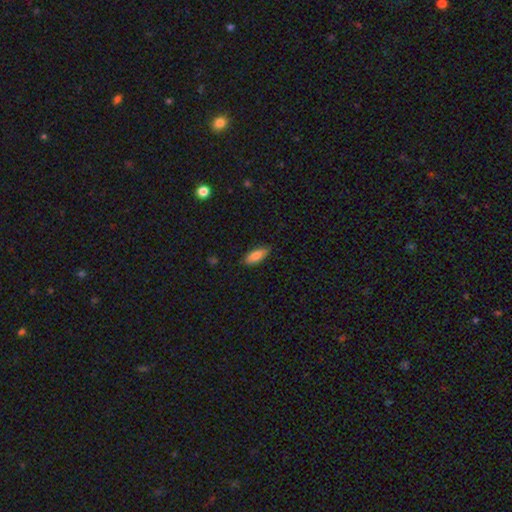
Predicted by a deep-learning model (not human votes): Smooth or featured? smooth (81%)
How rounded? in between (74%)
Merging? none (81%)